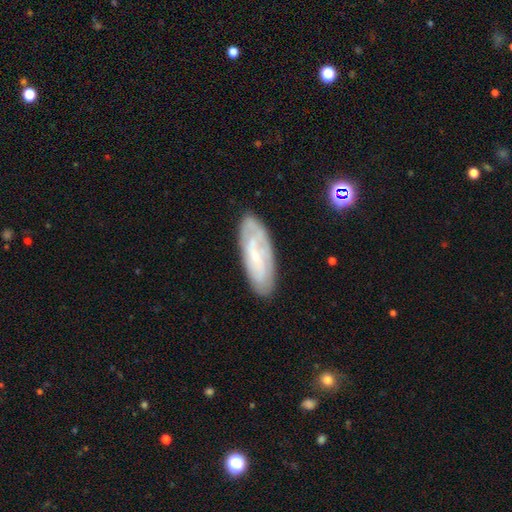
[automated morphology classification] A featured or disk galaxy (64%) with no bar (46%), spiral arms (77%) and a small central bulge (75%).

Vote fractions:
- Smooth or featured? featured or disk: 64% / smooth: 28% / star or artifact: 7%
- Edge-on disk? no: 86% / yes: 14%
- Bar? no: 46% / weak: 39% / strong: 14%
- Spiral arms? yes: 77% / no: 23%
- Bulge size? small: 75% / moderate: 17% / none: 7% / large: 1% / dominant: 1%
- Merging? none: 80% / minor disturbance: 15% / major disturbance: 4% / merger: 2%